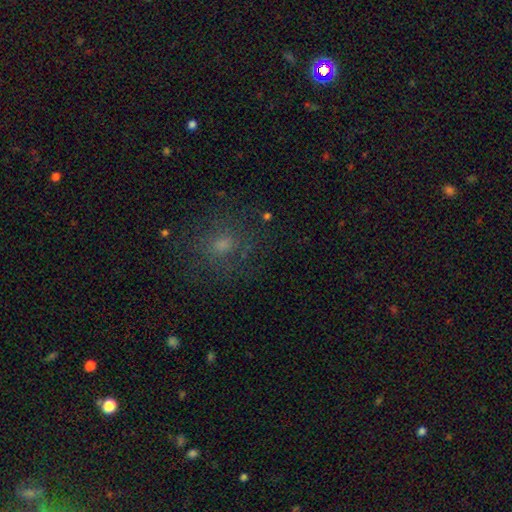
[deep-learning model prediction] smooth_or_featured: smooth (p=0.45) [alt: star or artifact p=0.37]
merging: none (p=0.81) [alt: minor disturbance p=0.11]